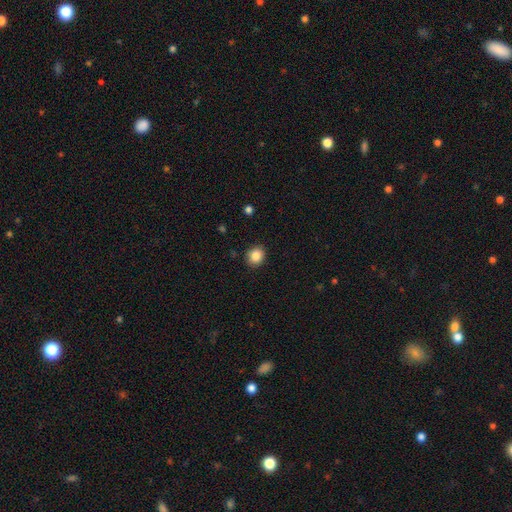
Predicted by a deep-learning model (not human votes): A smooth galaxy with no disk features (86%) that is round (69%).

Vote fractions:
- Smooth or featured? smooth: 86% / star or artifact: 9% / featured or disk: 5%
- How rounded? round: 69% / in between: 30% / cigar-shaped: 1%
- Merging? none: 89% / minor disturbance: 8% / major disturbance: 2% / merger: 1%